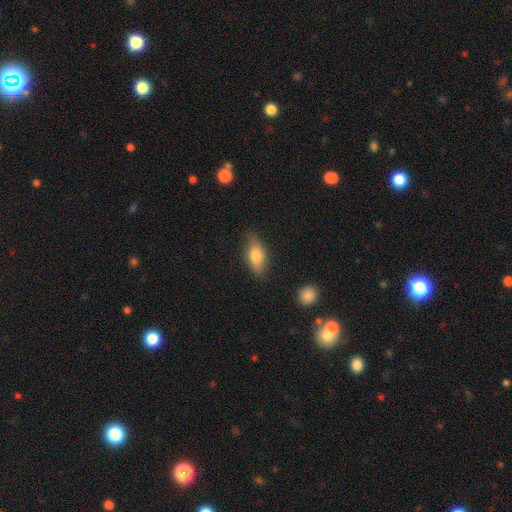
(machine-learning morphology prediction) Q: Smooth or featured?
A: smooth (77%); runner-up: featured or disk (16%)
Q: How rounded?
A: in between (85%); runner-up: cigar-shaped (11%)
Q: Merging?
A: none (76%); runner-up: minor disturbance (19%)